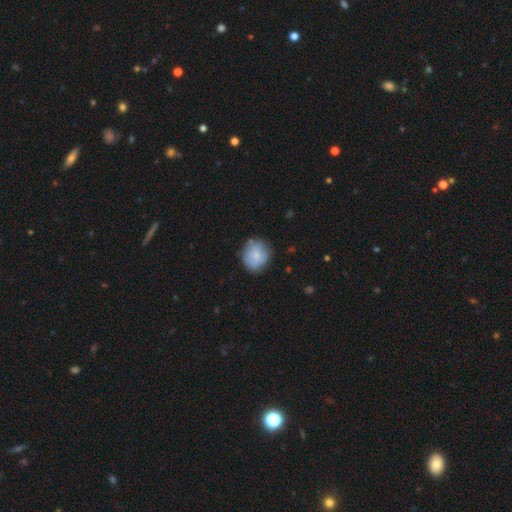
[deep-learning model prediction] Morphology: type=smooth (76%); roundness=round (73%); merging=none (75%).